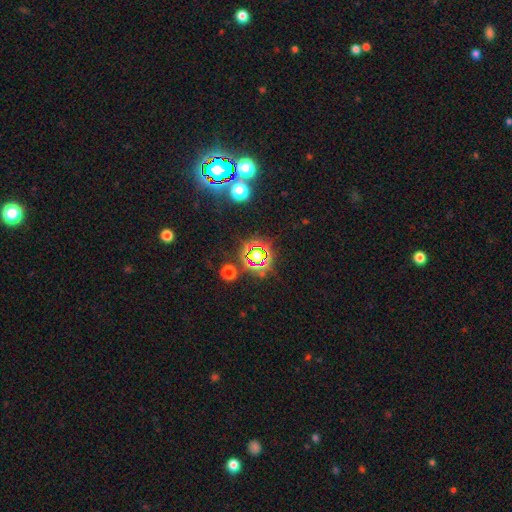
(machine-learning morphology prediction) Smooth or featured? star or artifact (67%)